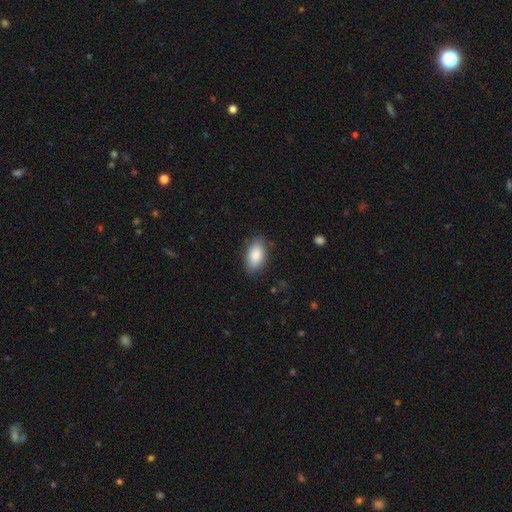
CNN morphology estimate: This is clearly a smooth galaxy (88%). How rounded: clearly in between (93%). Merging: clearly none (82%).